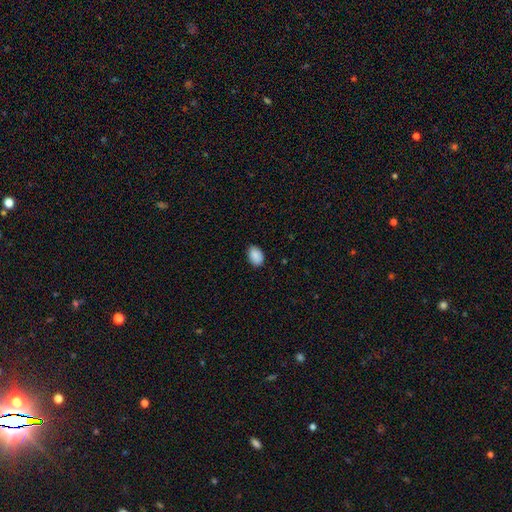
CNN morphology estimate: The model was most divided on "how rounded": in between: 85%, round: 14%, cigar-shaped: 1%. More confident: smooth or featured — smooth (90%); merging — none (87%).